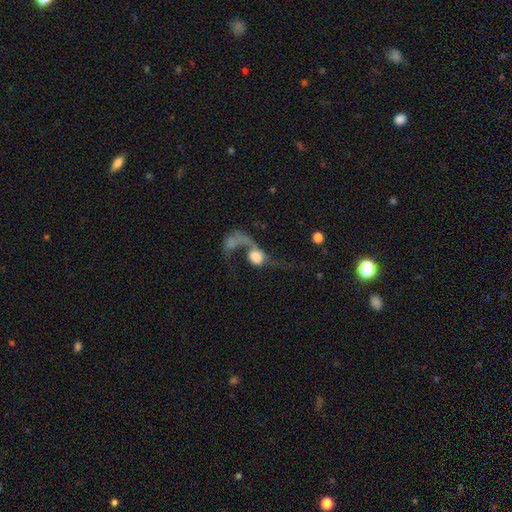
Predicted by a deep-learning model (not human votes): The model was most divided on "smooth or featured": featured or disk: 48%, smooth: 41%, star or artifact: 10%. More confident: merging — major disturbance (53%).